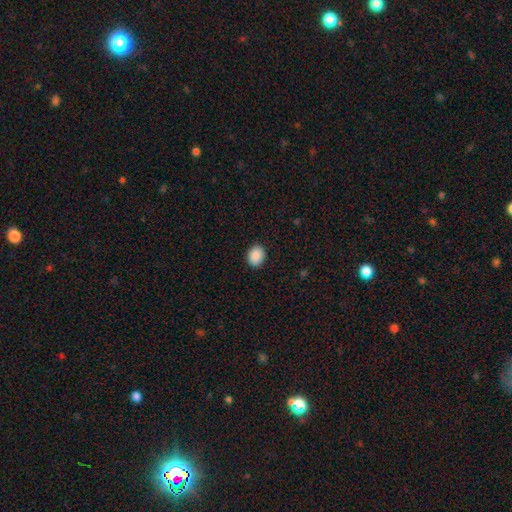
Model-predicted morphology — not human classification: A smooth galaxy with no disk features (90%) that is in between round and cigar-shaped (53%). Merging: none (90%).